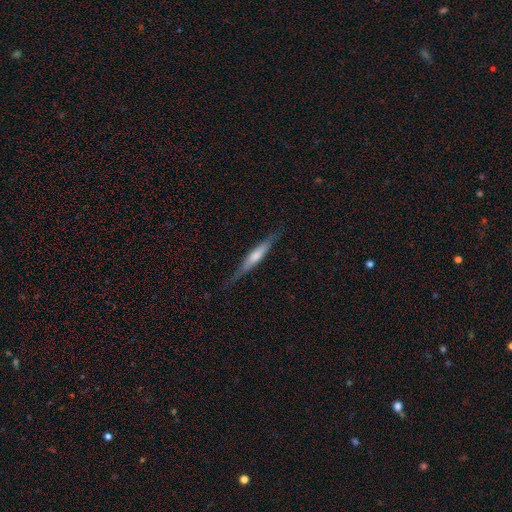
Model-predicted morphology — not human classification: Smooth or featured? Predicted: smooth (p=0.48). Merging? Predicted: none (p=0.79).